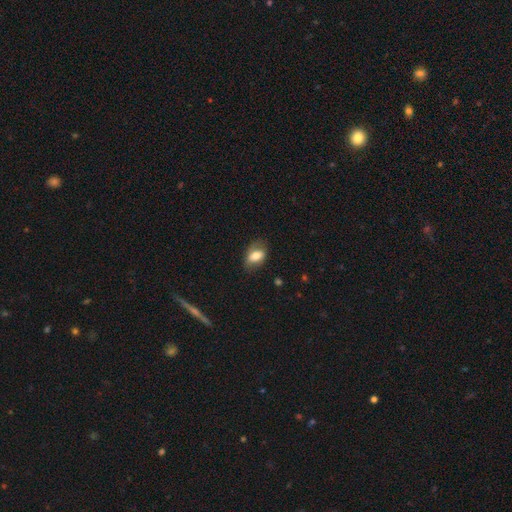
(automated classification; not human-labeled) Smooth or featured: smooth — 66% (featured or disk — 26%)
How rounded: in between — 87% (round — 11%)
Merging: none — 68% (minor disturbance — 23%)